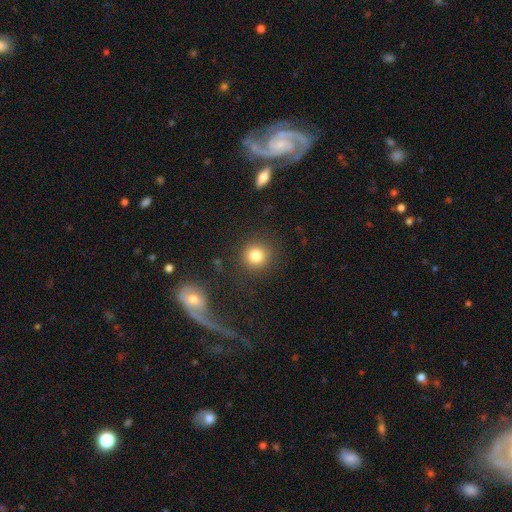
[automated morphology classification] smooth 81%, star or artifact 12%, featured or disk 7%. Down the decision tree: how rounded — round (92%); merging — none (87%).